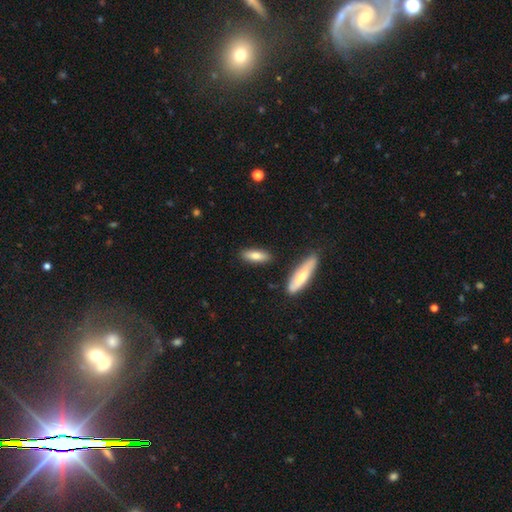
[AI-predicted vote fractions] smooth_or_featured: smooth (p=0.75) [alt: featured or disk p=0.19]
how_rounded: in between (p=0.52) [alt: cigar-shaped p=0.46]
merging: none (p=0.85) [alt: minor disturbance p=0.10]